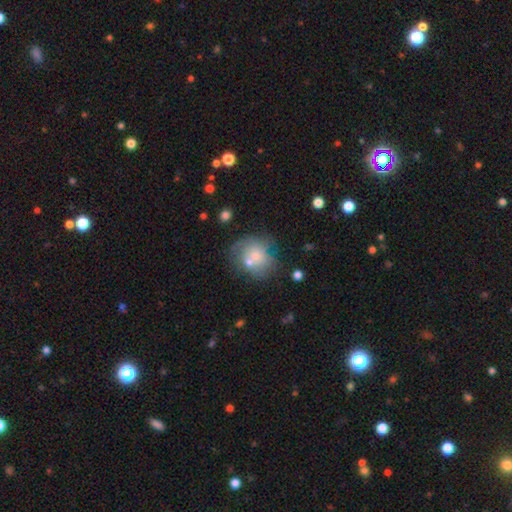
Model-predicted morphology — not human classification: Smooth or featured?
  - smooth: 59% *
  - featured or disk: 28%
  - star or artifact: 12%
How rounded?
  - round: 77% *
  - in between: 22%
  - cigar-shaped: 1%
Merging?
  - none: 50% *
  - merger: 21%
  - minor disturbance: 19%
  - major disturbance: 9%